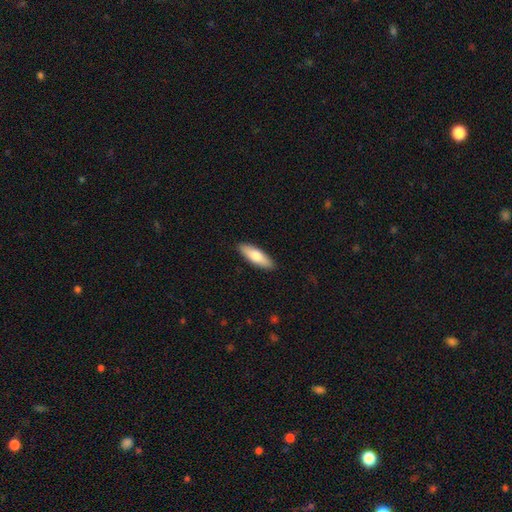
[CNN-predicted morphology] Smooth or featured: smooth — 75% (featured or disk — 20%)
How rounded: in between — 55% (cigar-shaped — 43%)
Merging: none — 90% (minor disturbance — 7%)